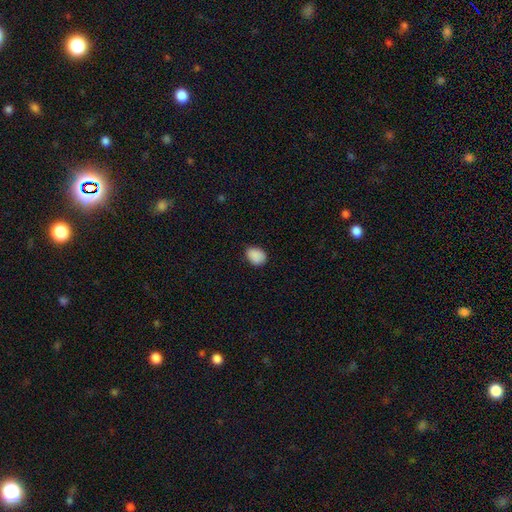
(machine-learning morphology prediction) Q: Smooth or featured?
A: smooth (90%); runner-up: star or artifact (8%)
Q: How rounded?
A: in between (68%); runner-up: round (31%)
Q: Merging?
A: none (80%); runner-up: minor disturbance (16%)